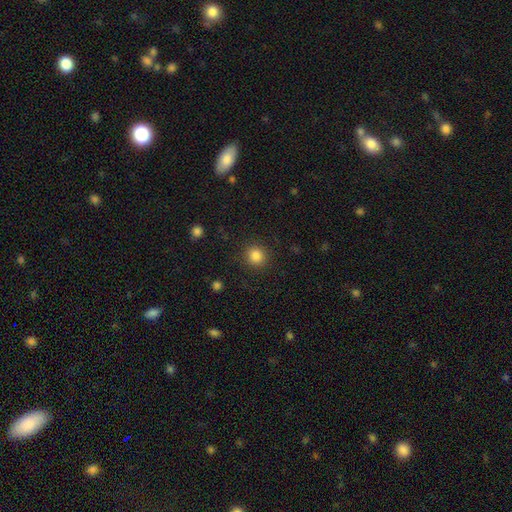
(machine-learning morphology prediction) smooth_or_featured: smooth (p=0.85) [alt: star or artifact p=0.11]
how_rounded: round (p=0.91) [alt: in between p=0.08]
merging: none (p=0.90) [alt: minor disturbance p=0.06]